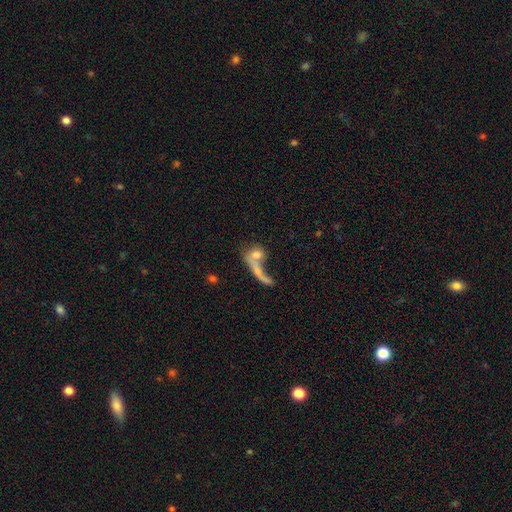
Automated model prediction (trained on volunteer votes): Smooth or featured: smooth — 56% (featured or disk — 33%)
How rounded: round — 52% (in between — 30%)
Merging: merger — 44% (none — 26%)